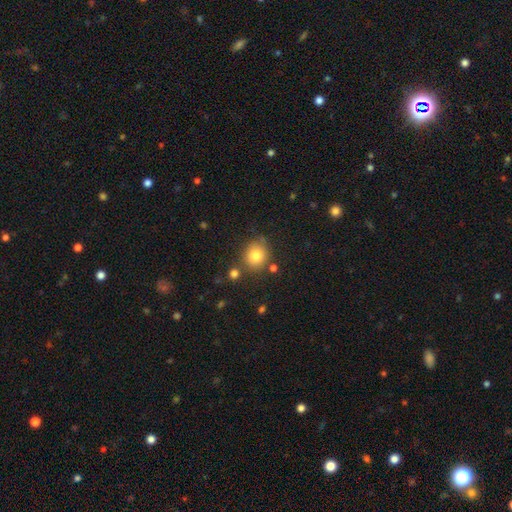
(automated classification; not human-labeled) This appears to be a smooth galaxy with no disk features (80%) that is round (73%). Merging: none (76%).